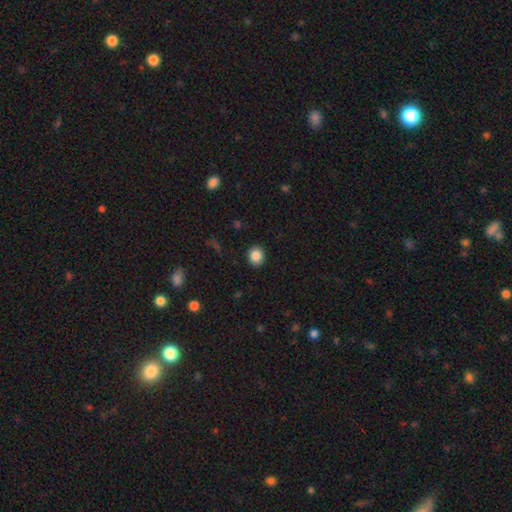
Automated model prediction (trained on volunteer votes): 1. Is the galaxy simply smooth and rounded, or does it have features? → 87% smooth, 9% star or artifact, 4% featured or disk.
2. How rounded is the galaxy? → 67% round, 32% in between, 1% cigar-shaped.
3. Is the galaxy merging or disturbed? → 91% none, 6% minor disturbance, 2% major disturbance, 1% merger.